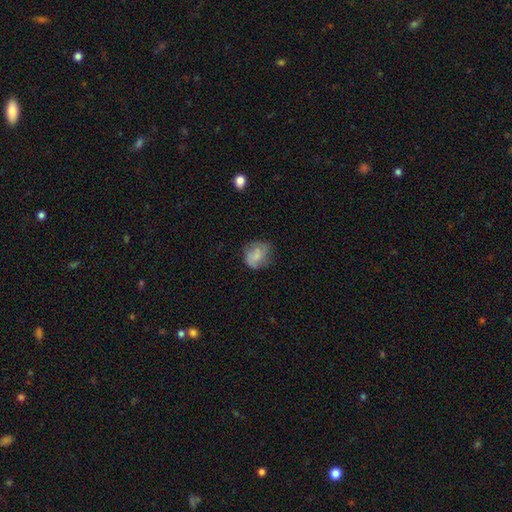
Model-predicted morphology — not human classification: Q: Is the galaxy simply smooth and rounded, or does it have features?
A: smooth — 61%.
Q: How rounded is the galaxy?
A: round — 61%.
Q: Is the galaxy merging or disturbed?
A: none — 59%.